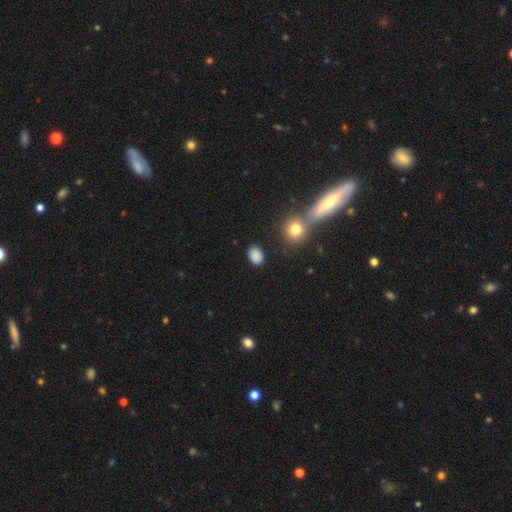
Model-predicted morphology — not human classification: This is clearly a smooth galaxy (86%). How rounded: likely in between (71%). Merging: clearly none (82%).